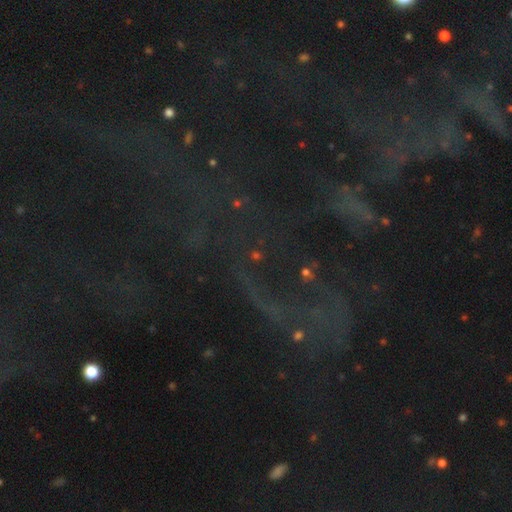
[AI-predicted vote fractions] This is likely a star or artifact rather than a galaxy (69%).